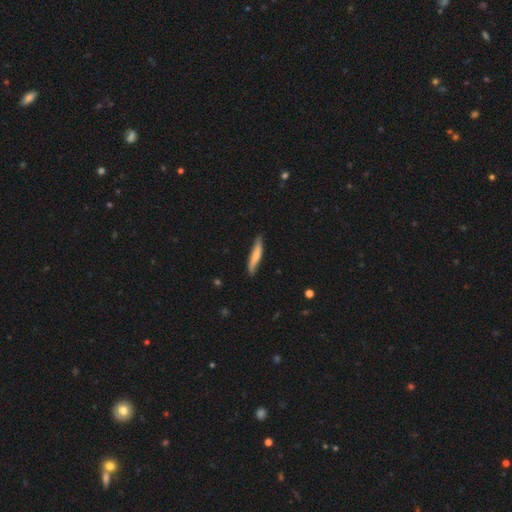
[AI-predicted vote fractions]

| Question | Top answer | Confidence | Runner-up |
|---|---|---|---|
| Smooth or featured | smooth | 64% | featured or disk (30%) |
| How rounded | cigar-shaped | 90% | in between (9%) |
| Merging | none | 82% | minor disturbance (15%) |